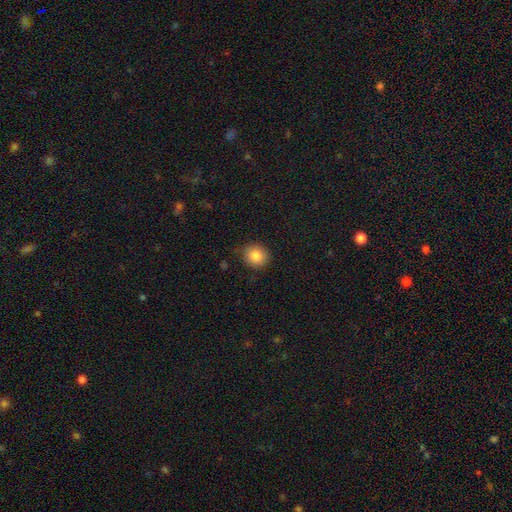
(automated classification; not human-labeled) smooth 85%, star or artifact 9%, featured or disk 5%. Down the decision tree: how rounded — round (85%); merging — none (85%).